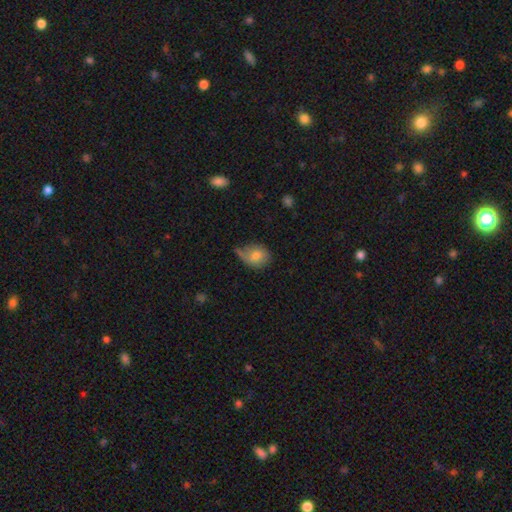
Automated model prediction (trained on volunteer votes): Smooth or featured: smooth — 73% (featured or disk — 19%)
How rounded: in between — 51% (round — 48%)
Merging: none — 43% (minor disturbance — 37%)